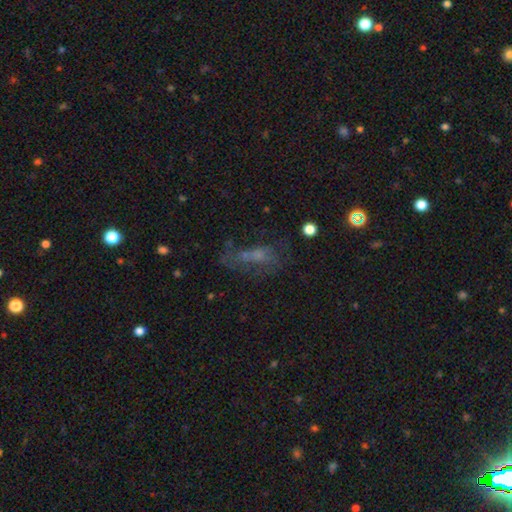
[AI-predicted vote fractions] featured or disk 38%, smooth 37%, star or artifact 25%. Down the decision tree: merging — none (42%).